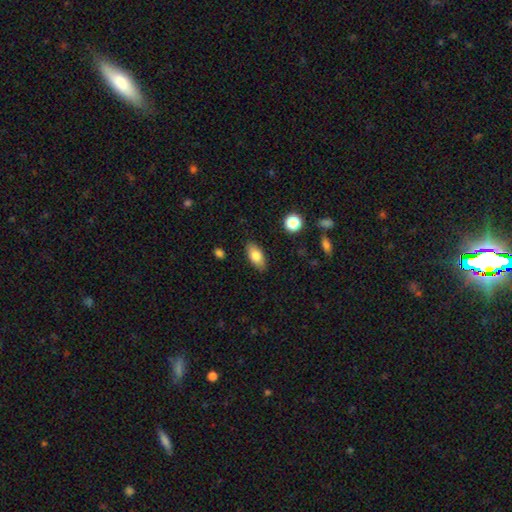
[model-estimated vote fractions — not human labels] This appears to be a smooth galaxy with no disk features (79%) that is in between round and cigar-shaped (88%). Merging: none (87%).